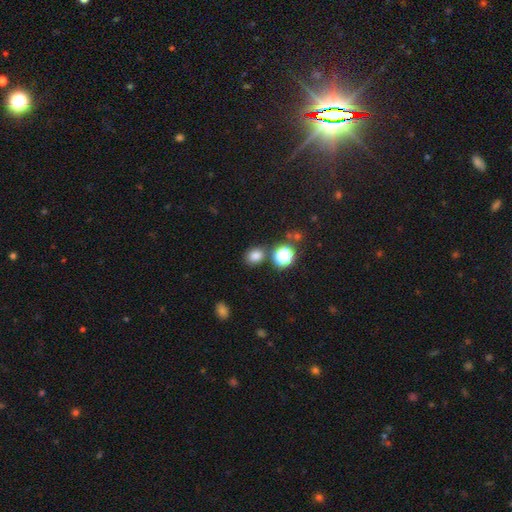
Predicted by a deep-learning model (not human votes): A smooth galaxy with no disk features (77%) that is round (59%). Merging: none (78%).